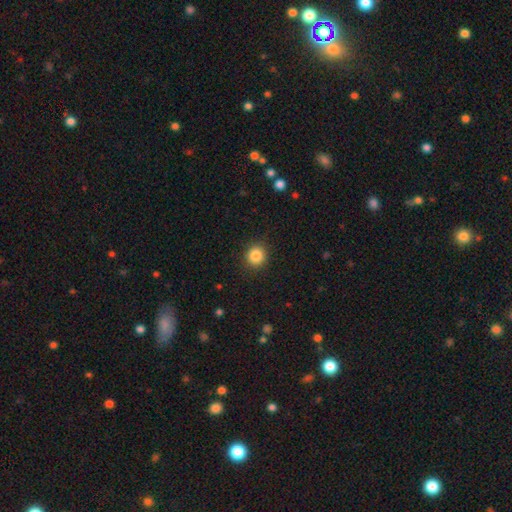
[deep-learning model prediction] smooth-or-featured: smooth: 85% | star or artifact: 10% | featured or disk: 5%
  how-rounded: round: 89% | in between: 10% | cigar-shaped: 1%
  merging: none: 90% | minor disturbance: 7% | major disturbance: 2% | merger: 1%